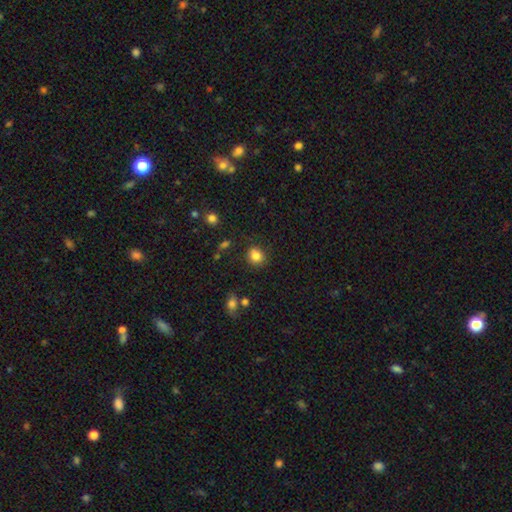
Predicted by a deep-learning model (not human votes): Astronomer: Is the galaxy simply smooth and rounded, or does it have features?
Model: smooth — 84%.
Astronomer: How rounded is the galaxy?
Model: round — 72%.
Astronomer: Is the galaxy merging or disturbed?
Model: none — 83%.